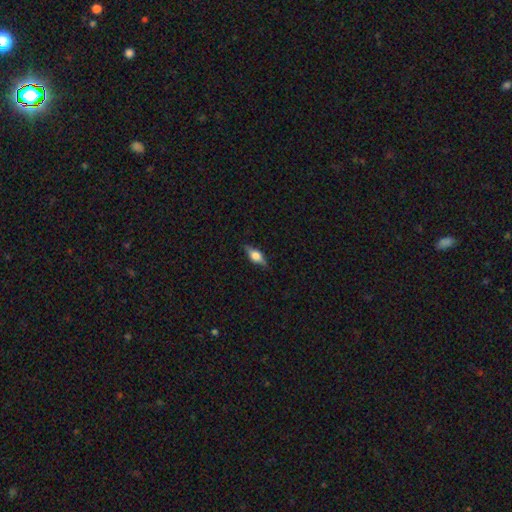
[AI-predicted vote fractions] Smooth or featured? Predicted: smooth (p=0.46, tied with featured or disk). Merging? Predicted: none (p=0.85).